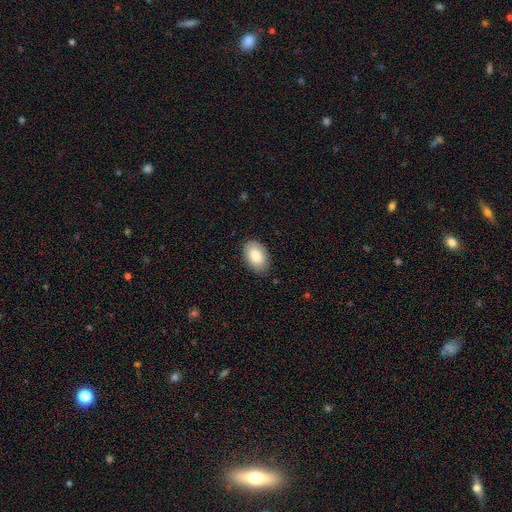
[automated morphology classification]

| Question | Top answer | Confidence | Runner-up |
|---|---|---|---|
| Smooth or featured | smooth | 83% | featured or disk (11%) |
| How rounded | in between | 92% | round (7%) |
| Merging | none | 84% | minor disturbance (12%) |